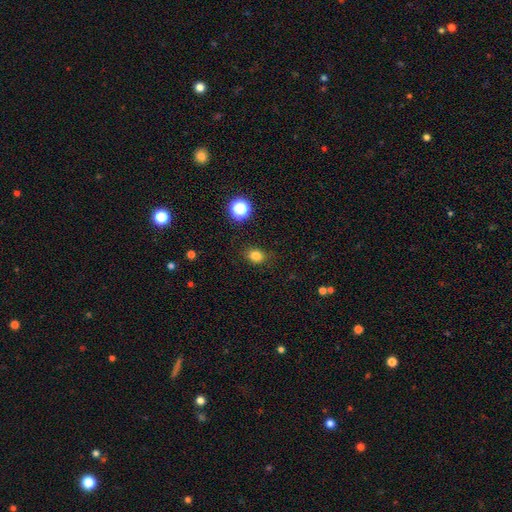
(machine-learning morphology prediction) The model was most divided on "how rounded": round: 52%, in between: 47%, cigar-shaped: 1%. More confident: merging — none (84%); smooth or featured — smooth (81%).